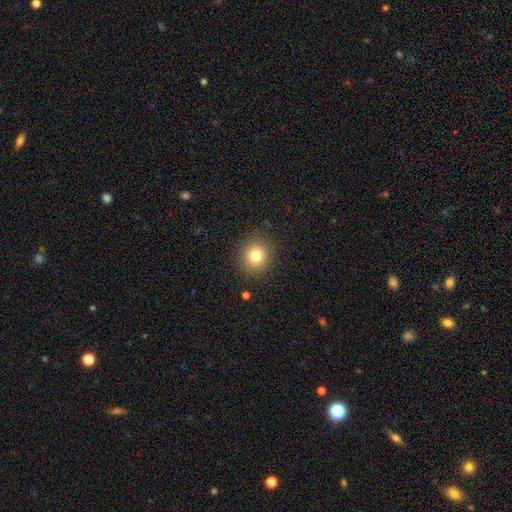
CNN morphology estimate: smooth-or-featured: smooth: 80% | star or artifact: 12% | featured or disk: 8%
  how-rounded: round: 88% | in between: 12% | cigar-shaped: 1%
  merging: none: 89% | minor disturbance: 7% | major disturbance: 3% | merger: 1%